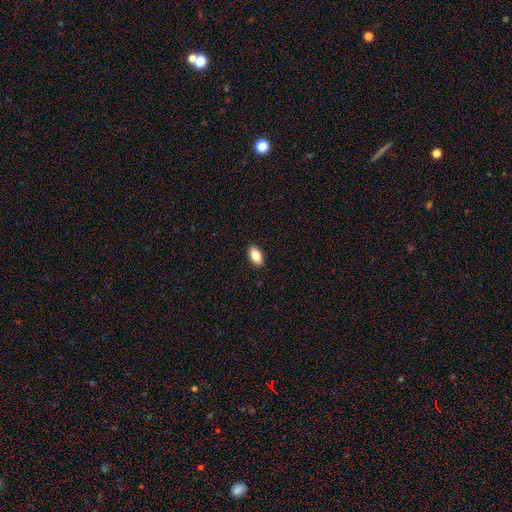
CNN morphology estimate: The model was most divided on "smooth or featured": smooth: 85%, featured or disk: 8%, star or artifact: 7%. More confident: how rounded — in between (93%); merging — none (90%).